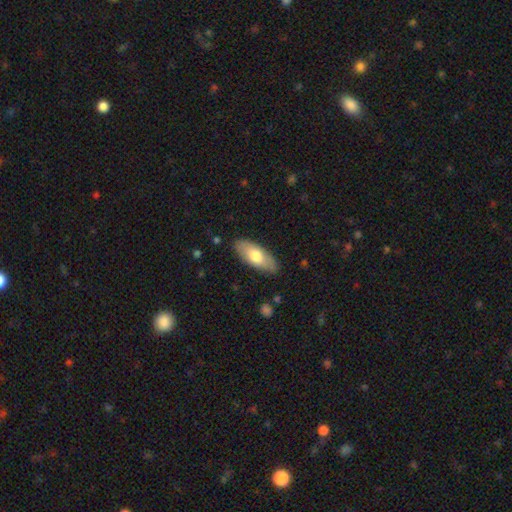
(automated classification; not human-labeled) smooth_or_featured: smooth (p=0.69) [alt: featured or disk p=0.25]
how_rounded: in between (p=0.82) [alt: cigar-shaped p=0.16]
merging: none (p=0.86) [alt: minor disturbance p=0.10]